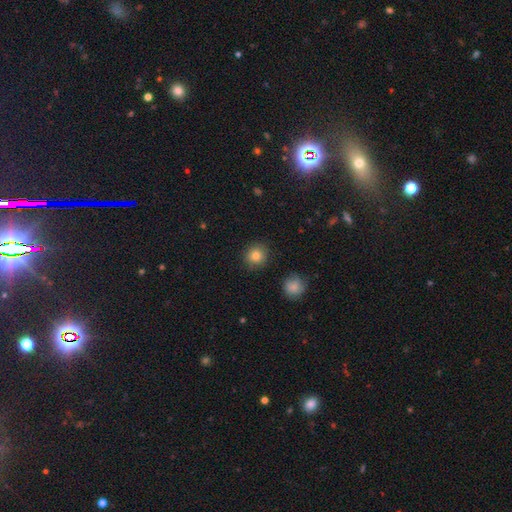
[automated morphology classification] Overall: smooth (83%). How rounded: round (90%). Merging: none (89%).